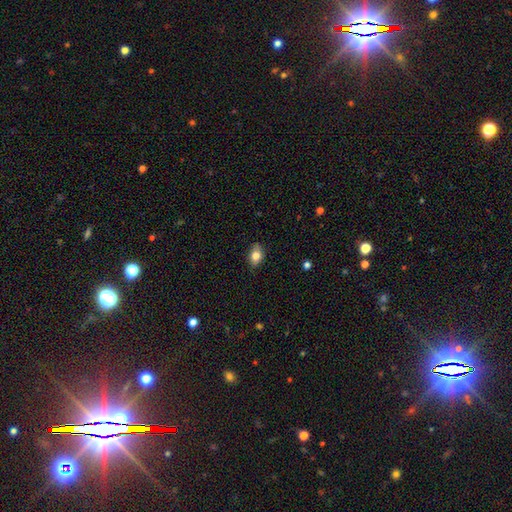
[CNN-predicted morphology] smooth-or-featured: smooth: 78% | featured or disk: 14% | star or artifact: 9%
  how-rounded: in between: 76% | round: 22% | cigar-shaped: 2%
  merging: none: 76% | minor disturbance: 20% | major disturbance: 3% | merger: 1%